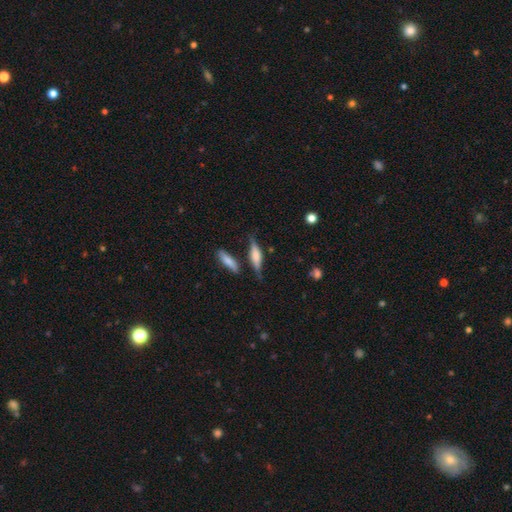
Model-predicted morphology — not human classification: featured or disk 47%, smooth 46%, star or artifact 7%. Down the decision tree: merging — none (69%).